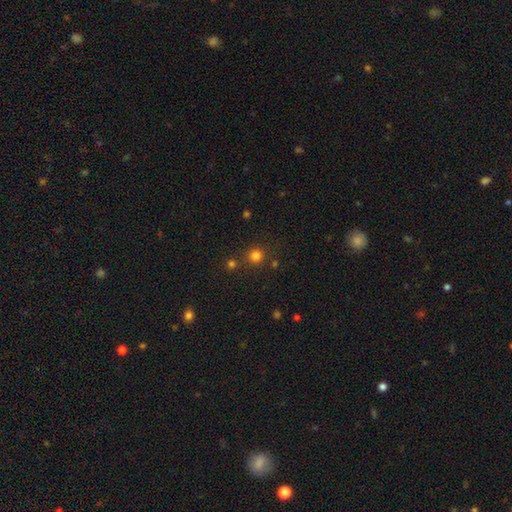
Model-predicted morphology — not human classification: The model was most divided on "smooth or featured": smooth: 78%, star or artifact: 18%, featured or disk: 5%. More confident: how rounded — round (93%); merging — none (80%).